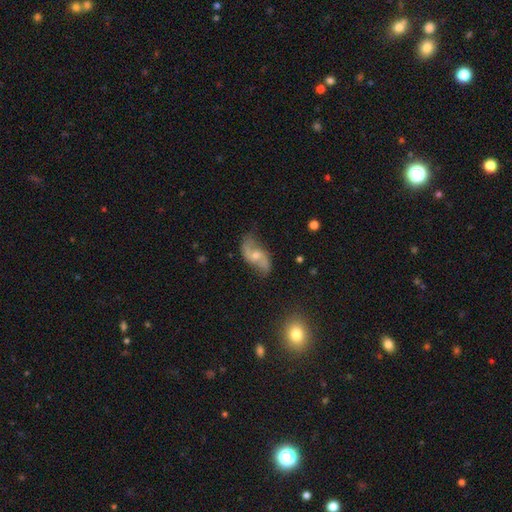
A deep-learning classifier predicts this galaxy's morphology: smooth_or_featured: featured or disk (p=0.79) [alt: smooth p=0.14]
disk_edge_on: no (p=0.96) [alt: yes p=0.04]
bar: no (p=0.52) [alt: weak p=0.40]
has_spiral_arms: yes (p=0.93) [alt: no p=0.07]
spiral_winding: loose (p=0.66) [alt: medium p=0.27]
spiral_arm_count: 2 (p=0.91) [alt: can't tell p=0.04]
bulge_size: moderate (p=0.54) [alt: small p=0.38]
merging: none (p=0.70) [alt: minor disturbance p=0.20]